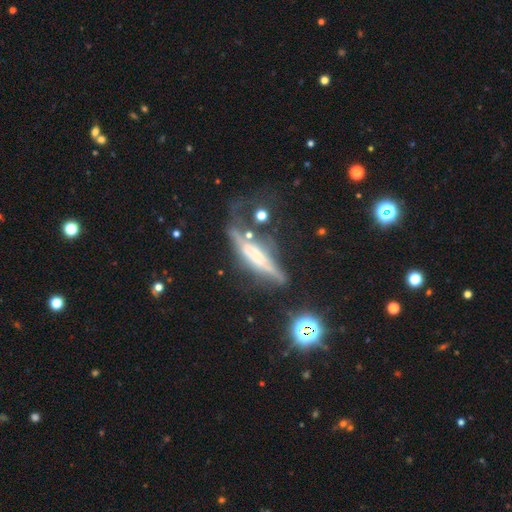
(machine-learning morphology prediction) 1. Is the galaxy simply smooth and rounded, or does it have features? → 68% featured or disk, 22% smooth, 10% star or artifact.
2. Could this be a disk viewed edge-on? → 81% yes, 19% no.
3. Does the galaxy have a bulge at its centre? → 43% boxy, 39% rounded, 18% none.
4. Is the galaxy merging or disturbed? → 34% major disturbance, 31% none, 24% minor disturbance, 11% merger.